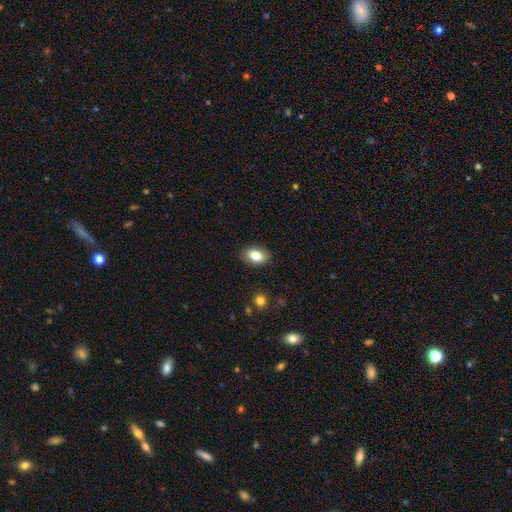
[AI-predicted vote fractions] smooth 79%, featured or disk 13%, star or artifact 8%. Down the decision tree: how rounded — in between (86%); merging — none (87%).